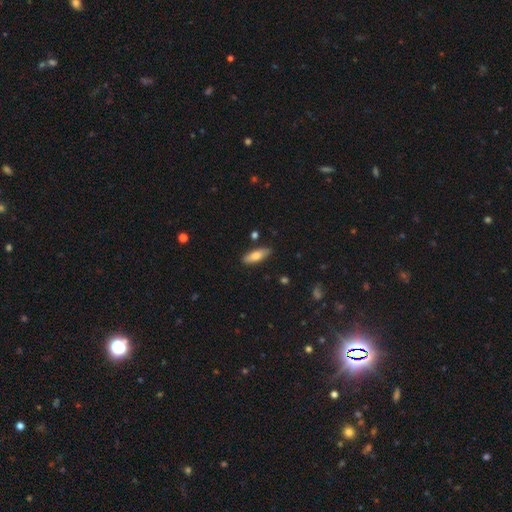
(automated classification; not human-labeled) This appears to be a smooth galaxy with no disk features (75%) that is in between round and cigar-shaped (60%). Merging: none (85%).